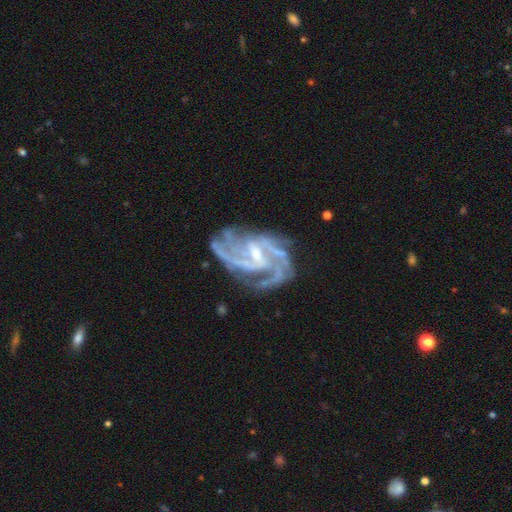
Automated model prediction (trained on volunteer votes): The model was most divided on "spiral arm count": 2: 31%, 3: 29%, can't tell: 14%, 4: 13%, more than 4: 6%, 1: 6%. Remaining: edge-on disk — no (98%); spiral arms — yes (97%); smooth or featured — featured or disk (91%); merging — none (65%); bulge size — small (62%); spiral winding — medium (52%); bar — weak (49%).